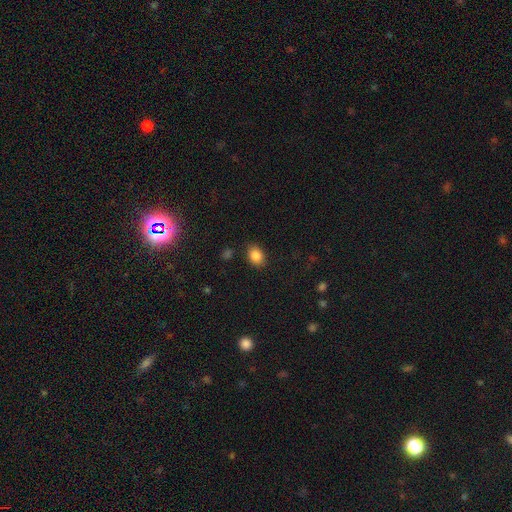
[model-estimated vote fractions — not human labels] Q: Smooth or featured?
A: smooth (85%); runner-up: star or artifact (10%)
Q: How rounded?
A: in between (67%); runner-up: round (32%)
Q: Merging?
A: none (85%); runner-up: minor disturbance (11%)